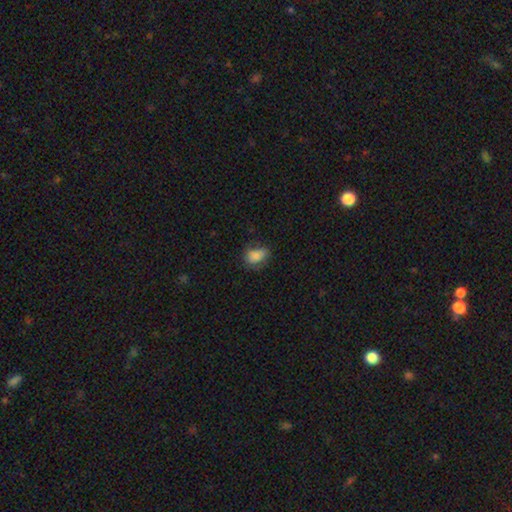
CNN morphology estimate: Q: Smooth or featured?
A: smooth (79%); runner-up: featured or disk (12%)
Q: How rounded?
A: in between (79%); runner-up: round (19%)
Q: Merging?
A: none (58%); runner-up: minor disturbance (28%)